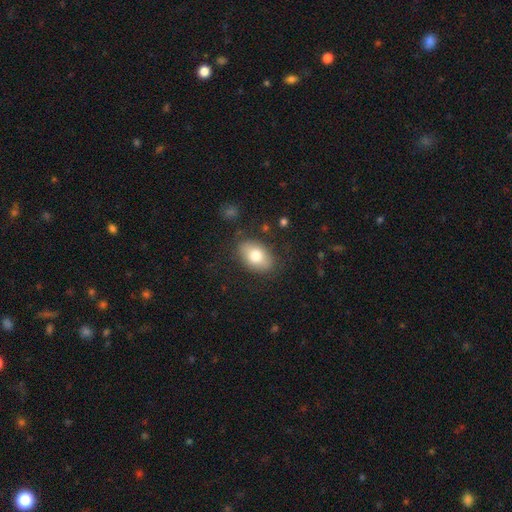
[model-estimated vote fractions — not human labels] smooth_or_featured: smooth (p=0.76) [alt: featured or disk p=0.16]
how_rounded: in between (p=0.85) [alt: round p=0.14]
merging: none (p=0.81) [alt: minor disturbance p=0.13]